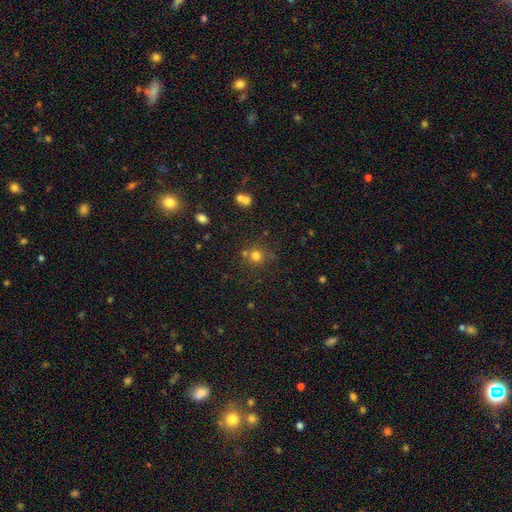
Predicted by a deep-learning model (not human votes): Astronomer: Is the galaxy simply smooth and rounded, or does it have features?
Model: smooth — 74%.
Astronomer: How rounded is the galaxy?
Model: round — 91%.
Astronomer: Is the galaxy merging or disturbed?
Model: none — 71%.